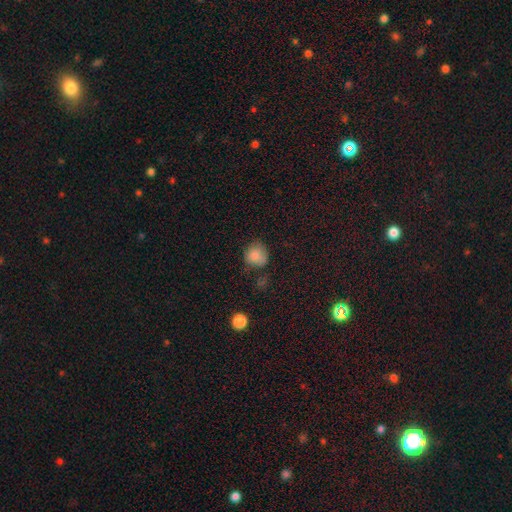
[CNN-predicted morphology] This appears to be a smooth galaxy with no disk features (82%) that is round (83%). Merging: none (64%).